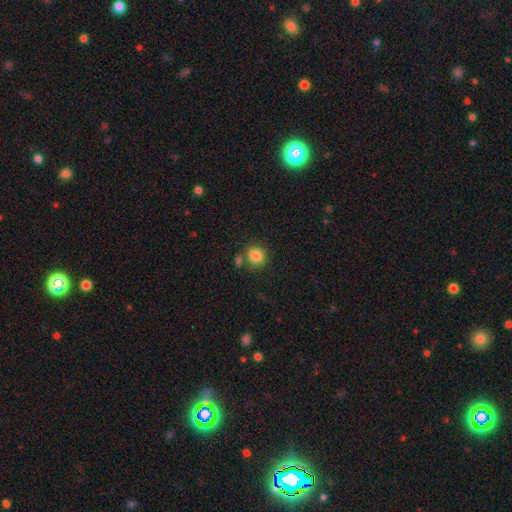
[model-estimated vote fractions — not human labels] smooth-or-featured: smooth: 85% | star or artifact: 10% | featured or disk: 5%
  how-rounded: round: 81% | in between: 18% | cigar-shaped: 1%
  merging: none: 70% | merger: 14% | minor disturbance: 11% | major disturbance: 4%